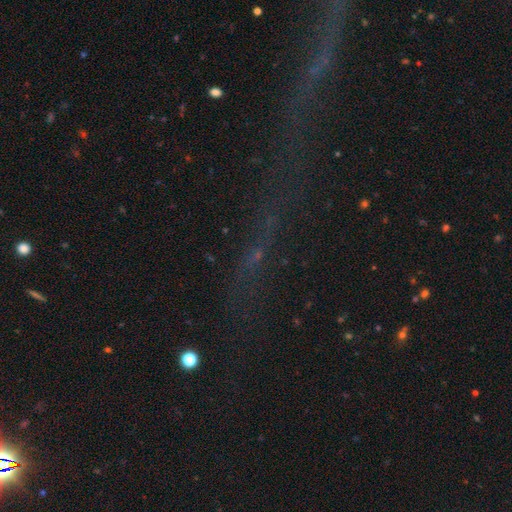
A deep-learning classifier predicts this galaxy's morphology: This appears to be a star or artifact, not a galaxy (55%).